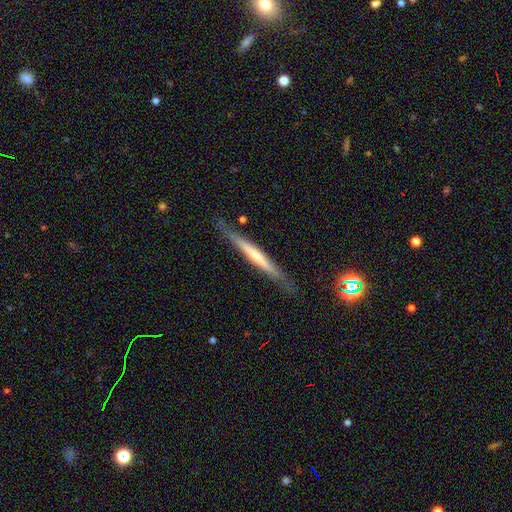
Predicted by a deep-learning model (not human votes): The model was most divided on "edge-on bulge": rounded: 53%, none: 40%, boxy: 7%. More confident: edge-on disk — yes (95%); merging — none (80%); smooth or featured — featured or disk (64%).